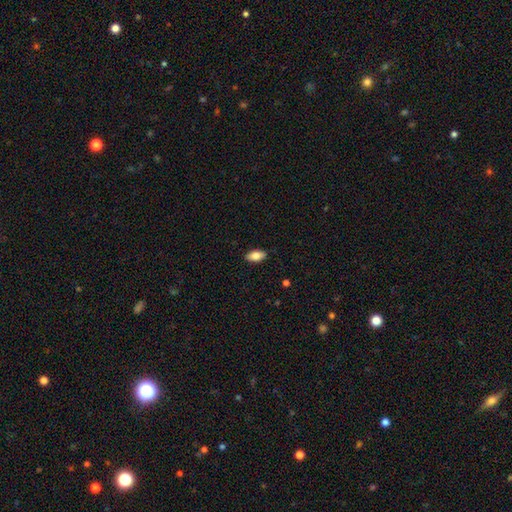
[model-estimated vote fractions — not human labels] smooth_or_featured: smooth (p=0.84) [alt: featured or disk p=0.09]
how_rounded: in between (p=0.92) [alt: cigar-shaped p=0.05]
merging: none (p=0.89) [alt: minor disturbance p=0.09]